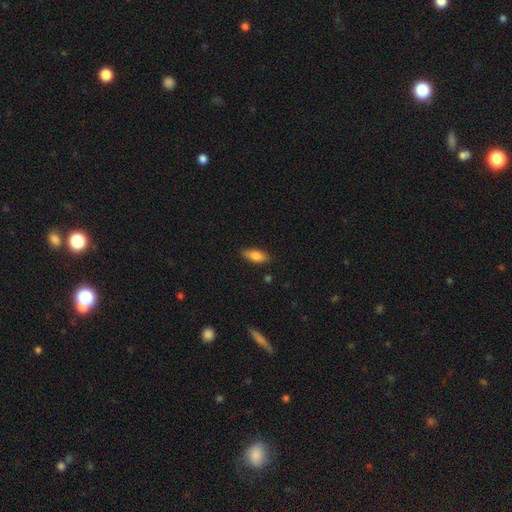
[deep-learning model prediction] Overall: smooth (82%). How rounded: in between (78%). Merging: none (86%).